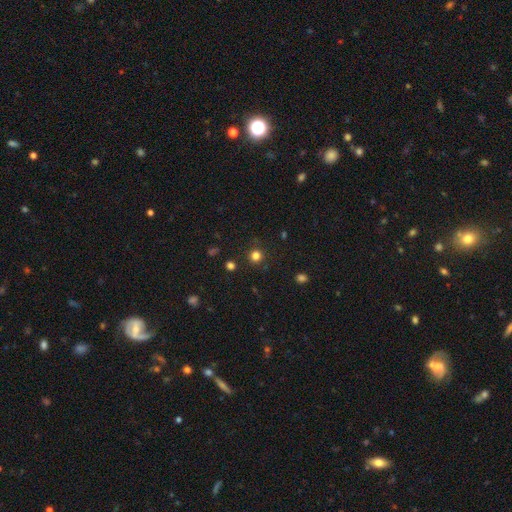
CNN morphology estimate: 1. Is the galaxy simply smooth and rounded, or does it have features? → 79% smooth, 16% star or artifact, 4% featured or disk.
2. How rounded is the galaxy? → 94% round, 5% in between, 1% cigar-shaped.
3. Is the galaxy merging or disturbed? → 90% none, 6% minor disturbance, 2% major disturbance, 2% merger.